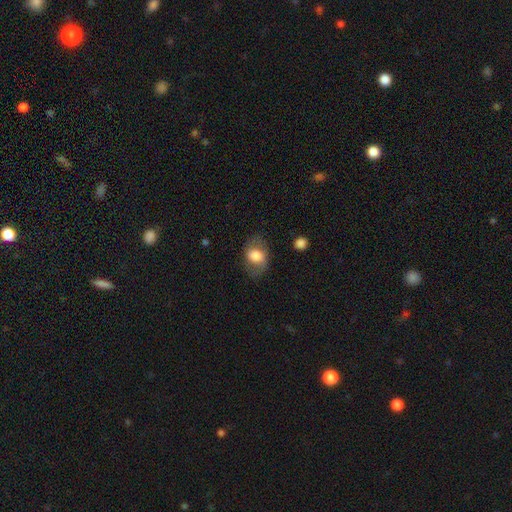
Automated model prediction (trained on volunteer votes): smooth_or_featured: smooth (p=0.65) [alt: featured or disk p=0.27]
how_rounded: in between (p=0.72) [alt: round p=0.27]
merging: none (p=0.67) [alt: minor disturbance p=0.20]